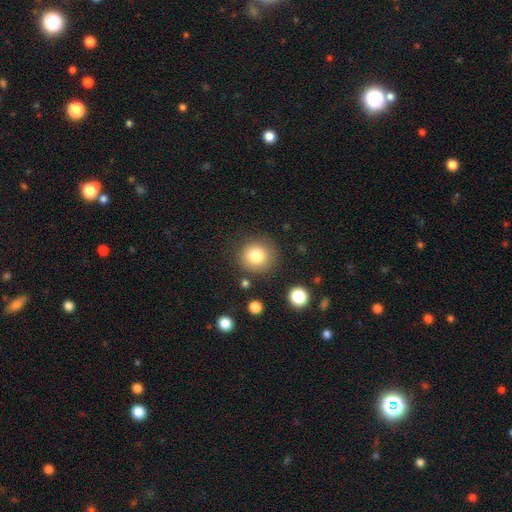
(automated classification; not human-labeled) Smooth or featured: smooth — 80% (star or artifact — 11%)
How rounded: round — 91% (in between — 8%)
Merging: none — 84% (minor disturbance — 9%)